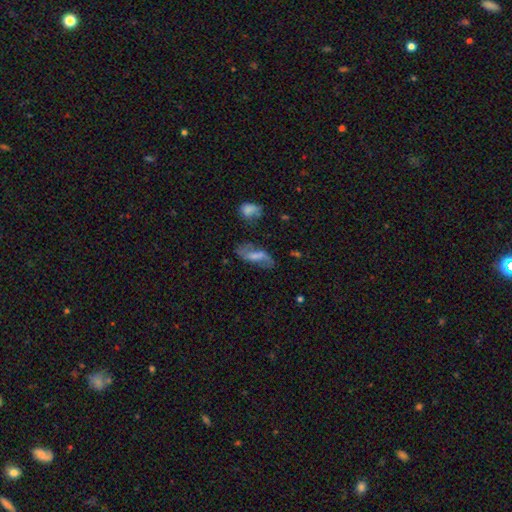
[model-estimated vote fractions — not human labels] Overall: featured or disk (57%; smooth 35%). Edge-on disk: no (89%). Bar: strong (41%; weak 39%). Spiral arms: yes (78%). Bulge size: none (32%, tied with small). Merging: none (62%).